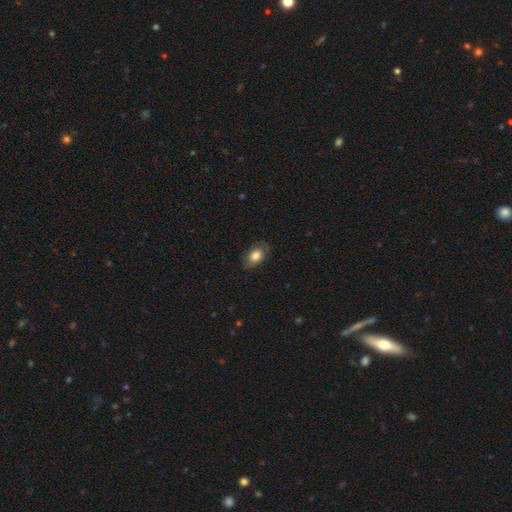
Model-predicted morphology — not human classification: type=smooth (80%); roundness=in between (85%); merging=none (81%).